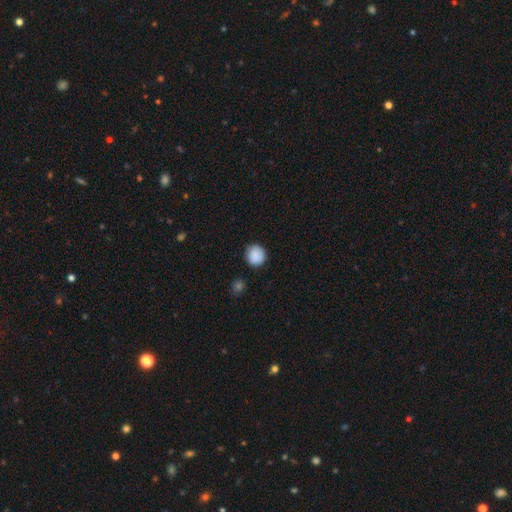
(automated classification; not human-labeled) Smooth or featured? smooth (88%)
How rounded? round (90%)
Merging? none (84%)